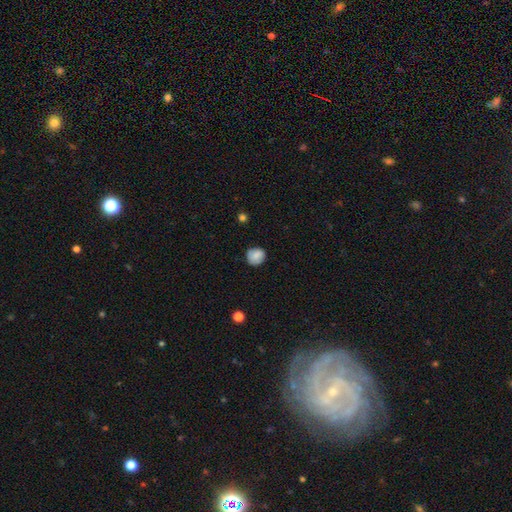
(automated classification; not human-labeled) A smooth galaxy with no disk features (84%) that is round (85%). Merging: none (80%).